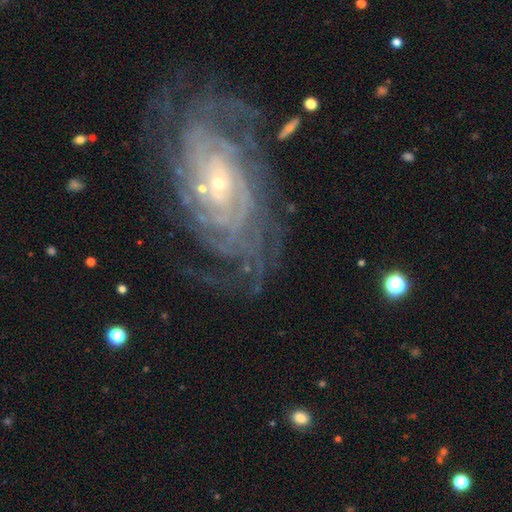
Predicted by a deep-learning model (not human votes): A featured or disk galaxy (88%) with no bar (63%), tight (80%) spiral arms (97%) and a small central bulge (82%). Merging: none (73%).